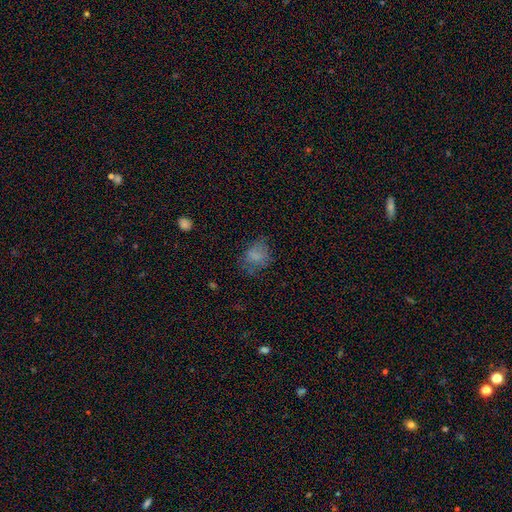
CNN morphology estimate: smooth 70%, featured or disk 16%, star or artifact 14%. Down the decision tree: how rounded — in between (52%); merging — none (56%).